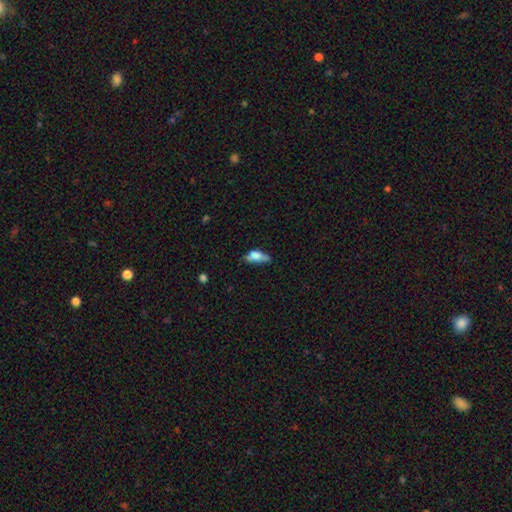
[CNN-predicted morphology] This appears to be a smooth galaxy with no disk features (67%) that is in between round and cigar-shaped (73%). Merging: minor disturbance (36%).